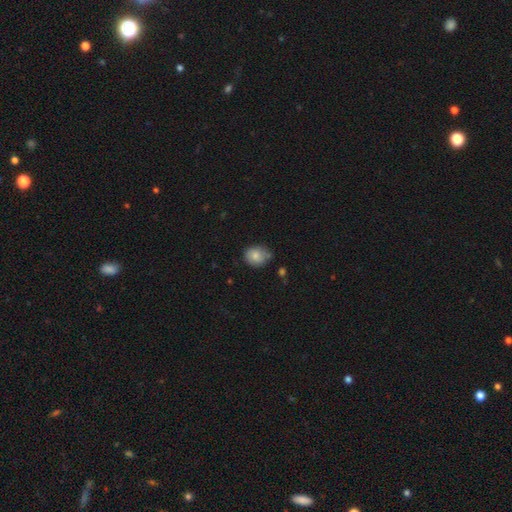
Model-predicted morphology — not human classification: type=smooth (80%); roundness=round (64%); merging=none (62%).